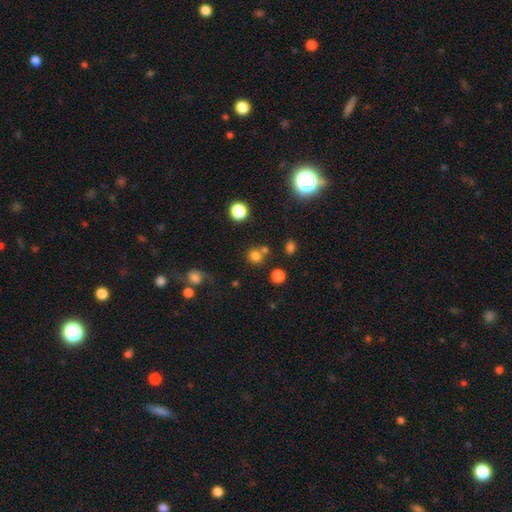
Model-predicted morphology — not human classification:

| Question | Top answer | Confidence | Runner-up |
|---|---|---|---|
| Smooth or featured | smooth | 74% | star or artifact (19%) |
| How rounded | round | 84% | in between (15%) |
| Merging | none | 68% | merger (19%) |